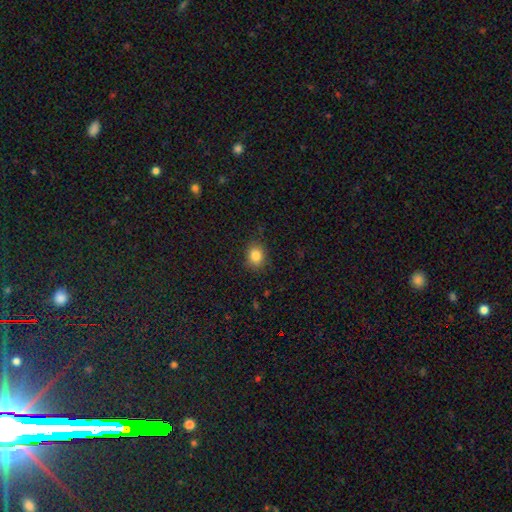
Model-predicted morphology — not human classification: This appears to be a smooth galaxy with no disk features (84%) that is round (59%). Merging: none (86%).